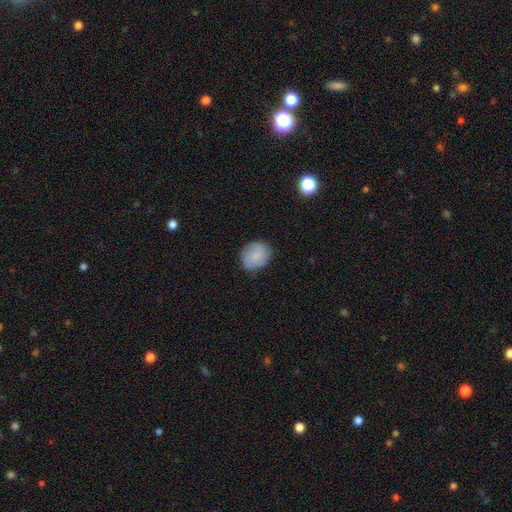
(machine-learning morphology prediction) Smooth or featured: smooth — 82% (featured or disk — 10%)
How rounded: round — 63% (in between — 36%)
Merging: none — 79% (minor disturbance — 17%)